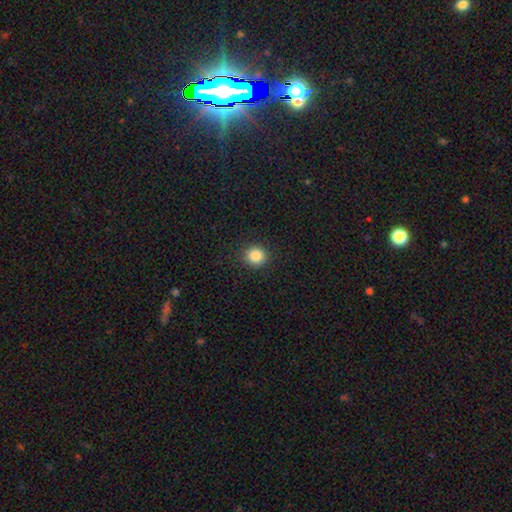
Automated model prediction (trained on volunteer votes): Smooth or featured?
  - smooth: 86% *
  - star or artifact: 10%
  - featured or disk: 4%
How rounded?
  - round: 90% *
  - in between: 9%
  - cigar-shaped: 1%
Merging?
  - none: 91% *
  - minor disturbance: 6%
  - major disturbance: 2%
  - merger: 1%